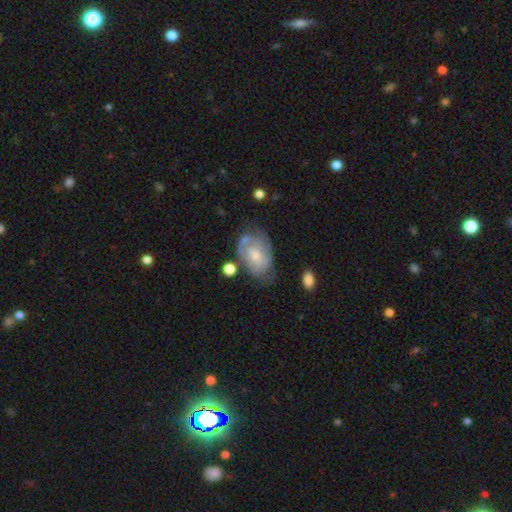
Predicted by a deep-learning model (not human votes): Q: Smooth or featured?
A: featured or disk (60%); runner-up: smooth (33%)
Q: Edge-on disk?
A: no (96%); runner-up: yes (4%)
Q: Bar?
A: no (64%); runner-up: weak (32%)
Q: Spiral arms?
A: yes (73%); runner-up: no (27%)
Q: Bulge size?
A: moderate (43%); tied with: small (43%)
Q: Merging?
A: none (50%); runner-up: minor disturbance (28%)